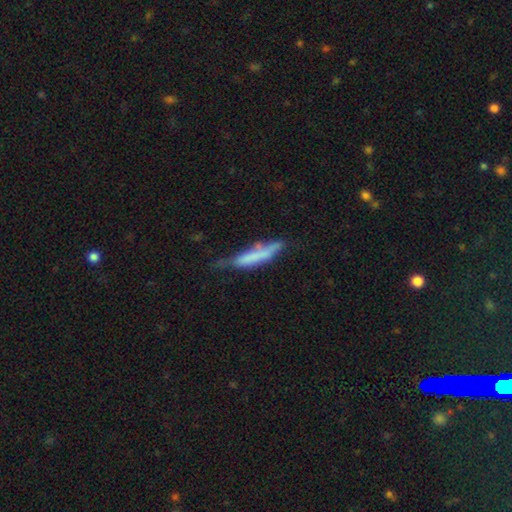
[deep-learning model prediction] A smooth galaxy with no disk features (60%) that is cigar-shaped (82%). Merging: none (40%).